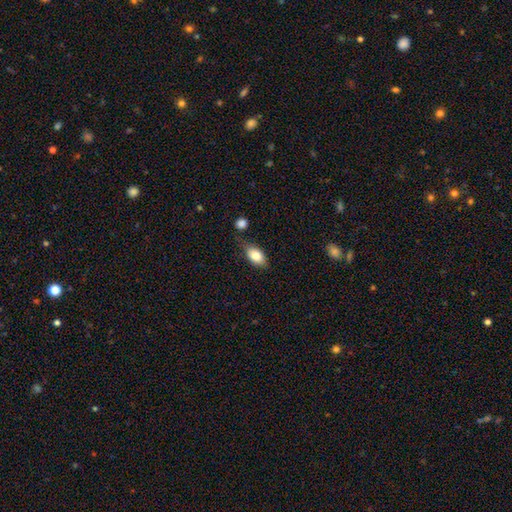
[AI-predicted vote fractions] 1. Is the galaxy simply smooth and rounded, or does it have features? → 80% smooth, 13% featured or disk, 7% star or artifact.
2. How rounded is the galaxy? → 89% in between, 8% round, 3% cigar-shaped.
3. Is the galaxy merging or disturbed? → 68% none, 21% minor disturbance, 6% merger, 5% major disturbance.